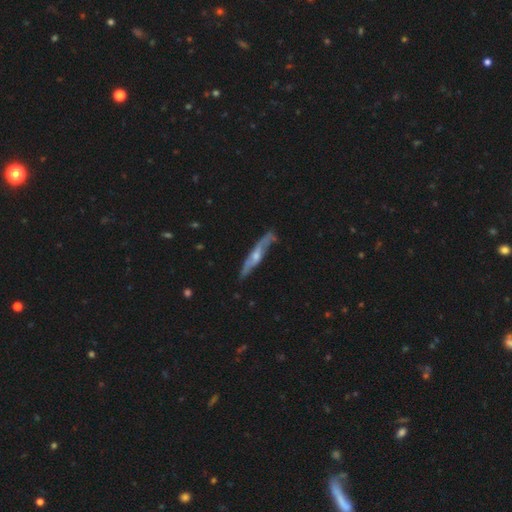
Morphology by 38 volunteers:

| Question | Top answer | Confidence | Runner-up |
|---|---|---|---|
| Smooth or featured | featured or disk | 79% | smooth (11%) |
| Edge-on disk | yes | 90% | no (10%) |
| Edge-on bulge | rounded | 70% | none (22%) |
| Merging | none | 88% | minor disturbance (6%) |